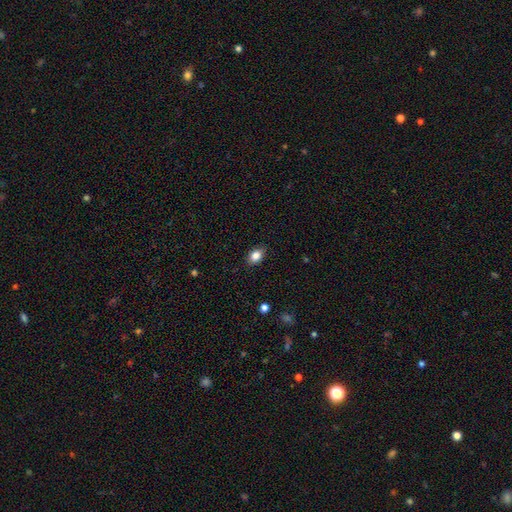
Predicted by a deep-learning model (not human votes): smooth 84%, star or artifact 9%, featured or disk 7%. Down the decision tree: how rounded — in between (74%); merging — none (86%).